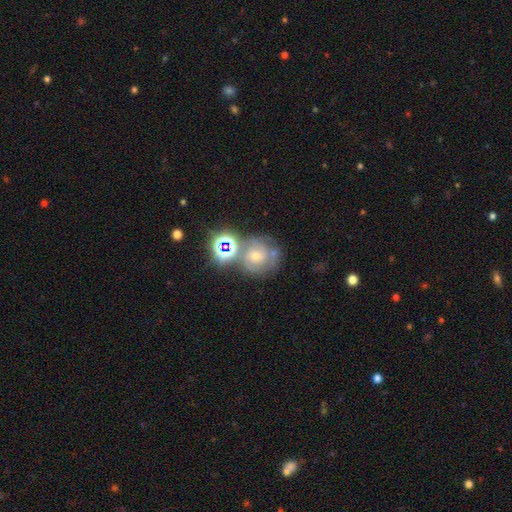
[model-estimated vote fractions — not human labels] featured or disk 45%, star or artifact 28%, smooth 26%. Down the decision tree: merging — none (55%).